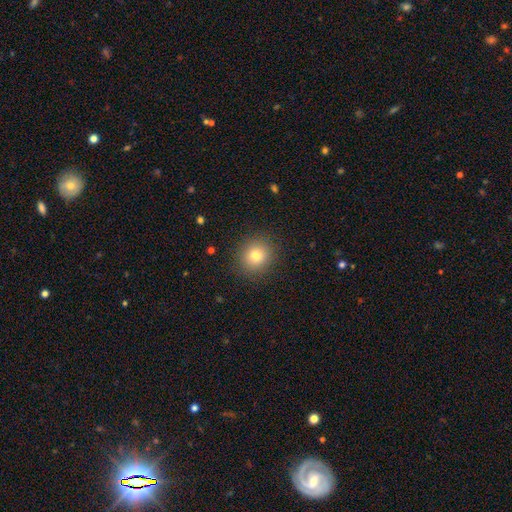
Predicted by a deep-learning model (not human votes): smooth 78%, star or artifact 13%, featured or disk 9%. Down the decision tree: how rounded — round (86%); merging — none (89%).